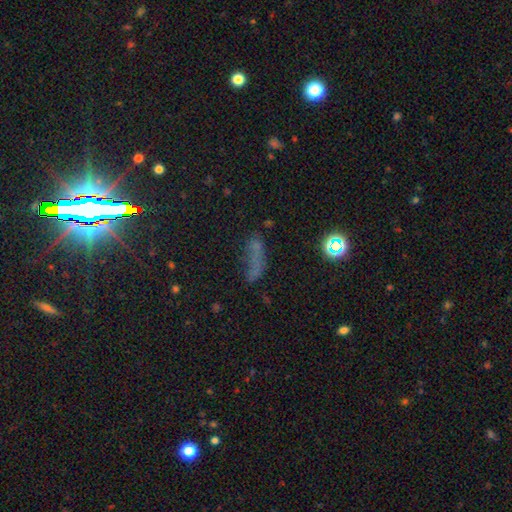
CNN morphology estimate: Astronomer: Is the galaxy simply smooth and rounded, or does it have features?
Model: smooth — 46% (runner-up: star or artifact, 34%).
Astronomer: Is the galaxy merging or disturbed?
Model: none — 44% (runner-up: major disturbance, 25%).